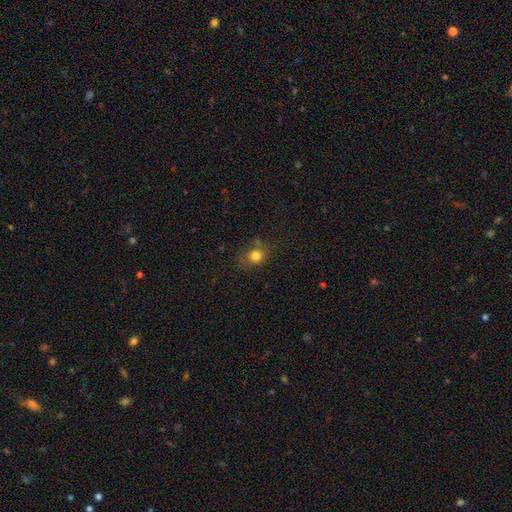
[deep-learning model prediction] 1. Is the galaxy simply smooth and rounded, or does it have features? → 78% smooth, 14% star or artifact, 8% featured or disk.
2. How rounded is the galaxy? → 67% round, 31% in between, 1% cigar-shaped.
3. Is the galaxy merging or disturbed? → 71% none, 18% minor disturbance, 6% major disturbance, 5% merger.